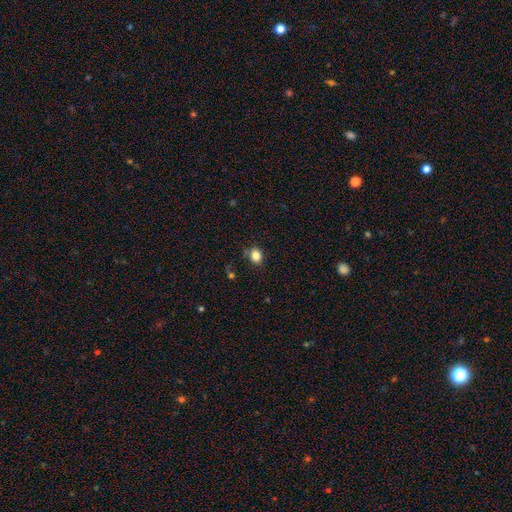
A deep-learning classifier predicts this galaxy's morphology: Smooth or featured: smooth — 83% (star or artifact — 11%)
How rounded: in between — 53% (round — 46%)
Merging: none — 78% (minor disturbance — 15%)